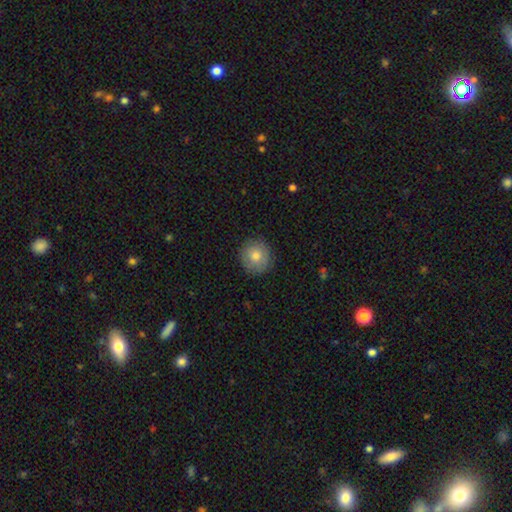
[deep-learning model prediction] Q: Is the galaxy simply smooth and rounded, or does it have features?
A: smooth — 78%.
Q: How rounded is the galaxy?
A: round — 92%.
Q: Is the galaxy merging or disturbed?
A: none — 87%.